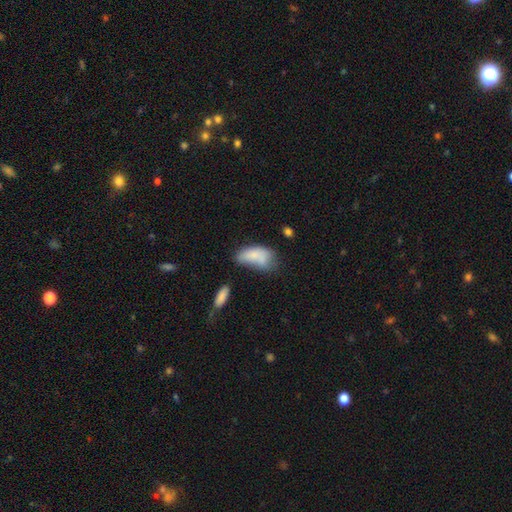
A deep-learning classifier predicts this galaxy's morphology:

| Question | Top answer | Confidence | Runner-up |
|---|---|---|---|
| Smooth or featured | smooth | 77% | featured or disk (15%) |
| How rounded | in between | 91% | cigar-shaped (5%) |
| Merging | minor disturbance | 31% | tied: none (31%) |